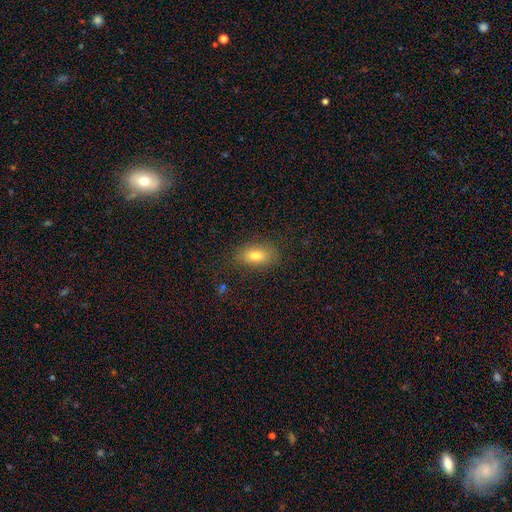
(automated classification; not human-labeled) Smooth or featured?
  - smooth: 77% *
  - featured or disk: 13%
  - star or artifact: 10%
How rounded?
  - in between: 87% *
  - round: 9%
  - cigar-shaped: 4%
Merging?
  - none: 81% *
  - minor disturbance: 13%
  - major disturbance: 4%
  - merger: 1%